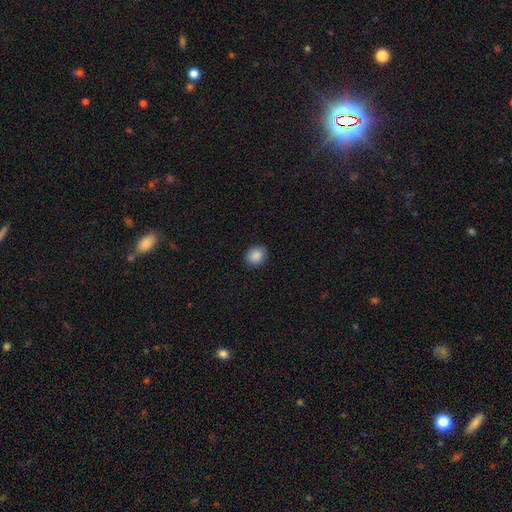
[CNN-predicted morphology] type=smooth (88%); roundness=round (71%); merging=none (87%).